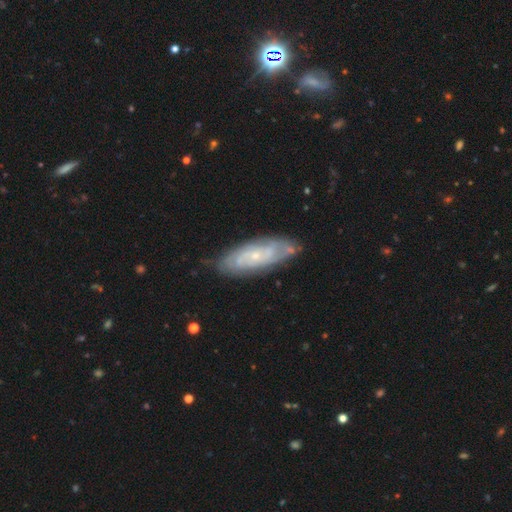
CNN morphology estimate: Smooth or featured? Predicted: featured or disk (p=0.71). Edge-on disk? Predicted: no (p=0.86). Bar? Predicted: no (p=0.73). Spiral arms? Predicted: yes (p=0.83). Spiral winding? Predicted: tight (p=0.63). Spiral arm count? Predicted: can't tell (p=0.55). Bulge size? Predicted: small (p=0.80). Merging? Predicted: none (p=0.77).